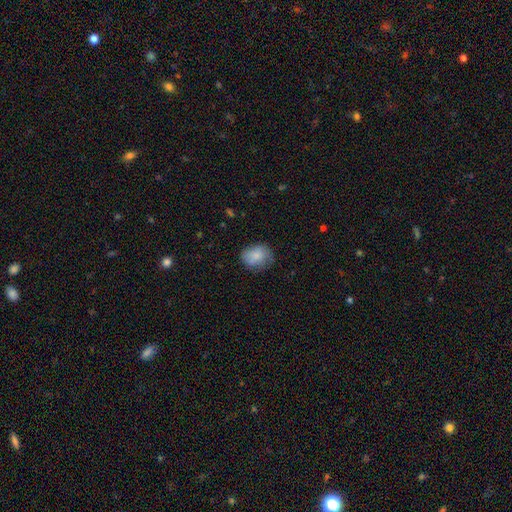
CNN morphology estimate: Q: Smooth or featured?
A: smooth (80%); runner-up: featured or disk (12%)
Q: How rounded?
A: round (50%); runner-up: in between (49%)
Q: Merging?
A: none (64%); runner-up: minor disturbance (26%)